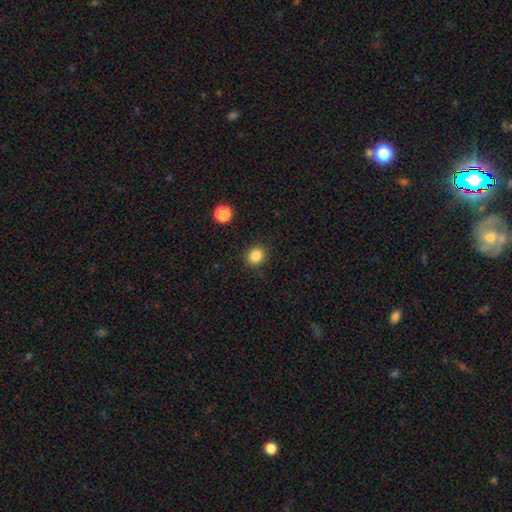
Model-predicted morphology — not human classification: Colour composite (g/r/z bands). It shows a smooth galaxy with no disk features (85%) that is round (74%). Merging: none (88%).